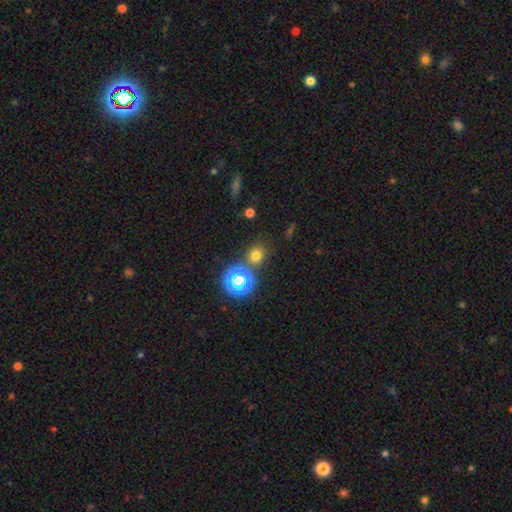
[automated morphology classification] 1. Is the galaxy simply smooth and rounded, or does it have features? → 67% smooth, 26% star or artifact, 7% featured or disk.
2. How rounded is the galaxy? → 76% round, 23% in between, 1% cigar-shaped.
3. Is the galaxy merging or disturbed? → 77% none, 10% merger, 9% minor disturbance, 3% major disturbance.